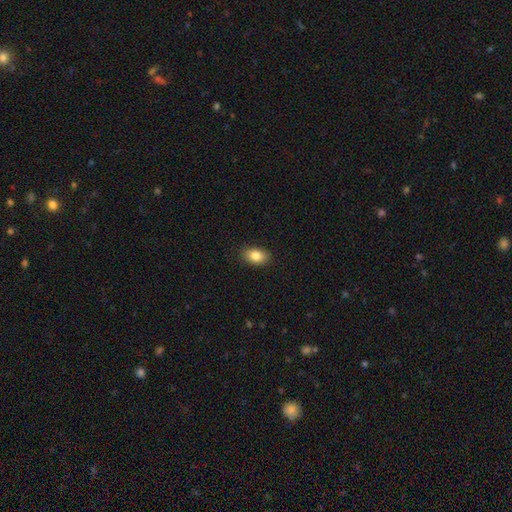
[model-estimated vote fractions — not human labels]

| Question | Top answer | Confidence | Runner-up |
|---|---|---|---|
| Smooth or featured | smooth | 84% | star or artifact (8%) |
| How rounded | in between | 85% | round (13%) |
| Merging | none | 89% | minor disturbance (8%) |